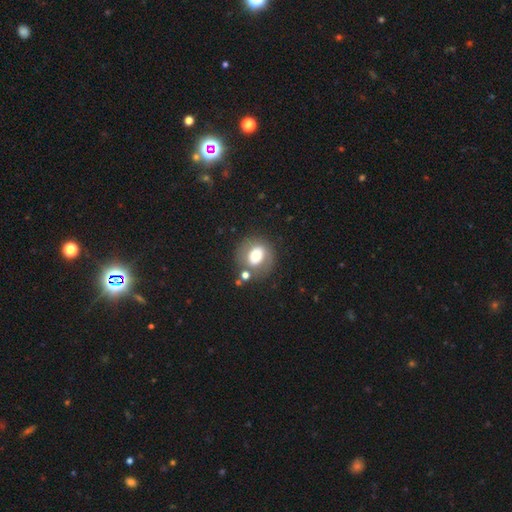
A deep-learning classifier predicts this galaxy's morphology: smooth-or-featured: smooth: 55% | featured or disk: 36% | star or artifact: 9%
  how-rounded: round: 66% | in between: 33% | cigar-shaped: 1%
  merging: none: 67% | minor disturbance: 15% | merger: 10% | major disturbance: 8%